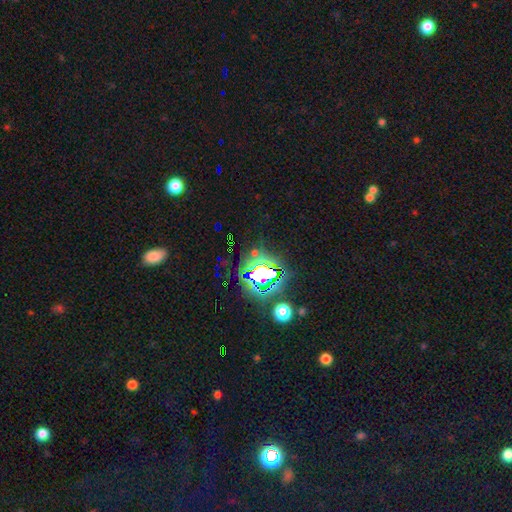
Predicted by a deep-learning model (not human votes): smooth_or_featured: star or artifact (p=0.78) [alt: smooth p=0.12]